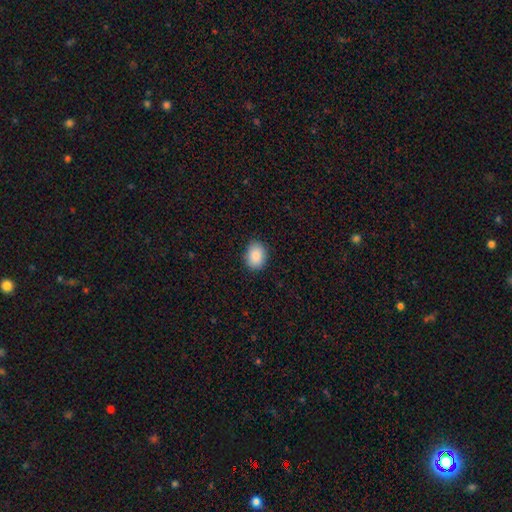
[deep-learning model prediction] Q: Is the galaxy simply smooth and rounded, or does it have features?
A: smooth — 89%.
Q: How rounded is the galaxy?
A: in between — 65%.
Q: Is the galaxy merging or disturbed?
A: none — 87%.